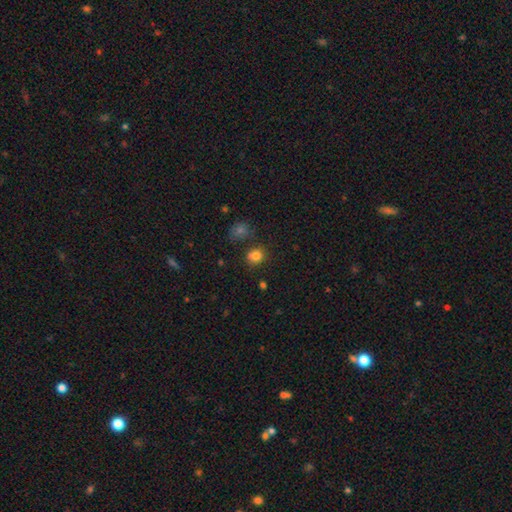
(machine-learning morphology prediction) Q: Smooth or featured?
A: smooth (80%); runner-up: star or artifact (14%)
Q: How rounded?
A: round (75%); runner-up: in between (24%)
Q: Merging?
A: none (70%); runner-up: minor disturbance (14%)